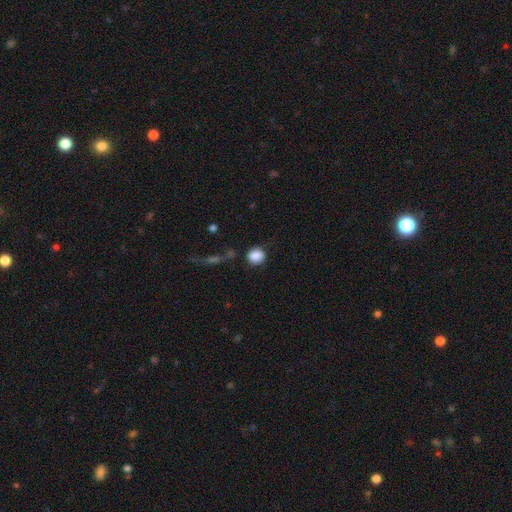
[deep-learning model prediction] Overall: smooth (86%). How rounded: round (86%). Merging: none (79%).